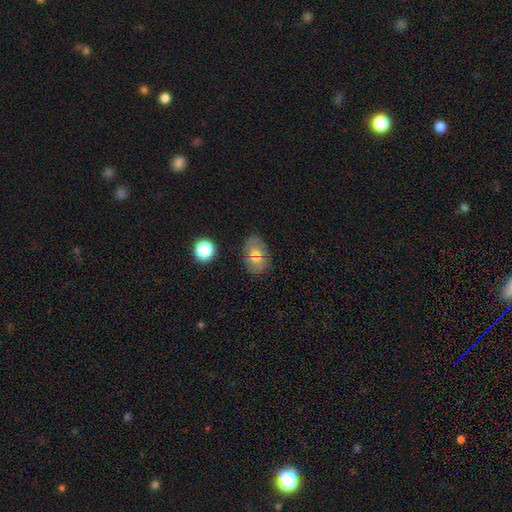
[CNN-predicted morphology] Smooth or featured? Predicted: smooth (p=0.60). How rounded? Predicted: in between (p=0.78). Merging? Predicted: none (p=0.75).